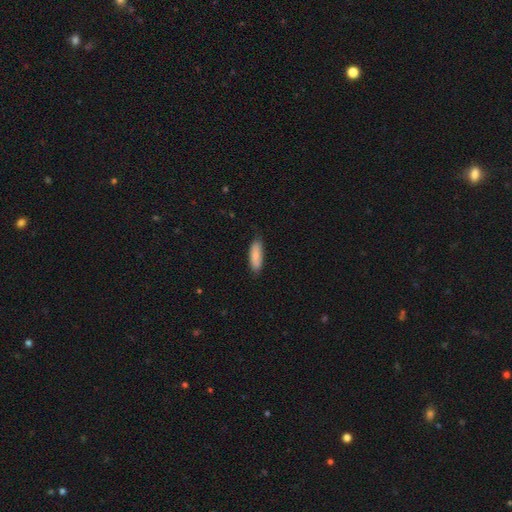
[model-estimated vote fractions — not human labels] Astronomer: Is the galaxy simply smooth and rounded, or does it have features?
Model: smooth — 84%.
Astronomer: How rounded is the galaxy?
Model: in between — 64%.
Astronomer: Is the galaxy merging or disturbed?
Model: none — 80%.